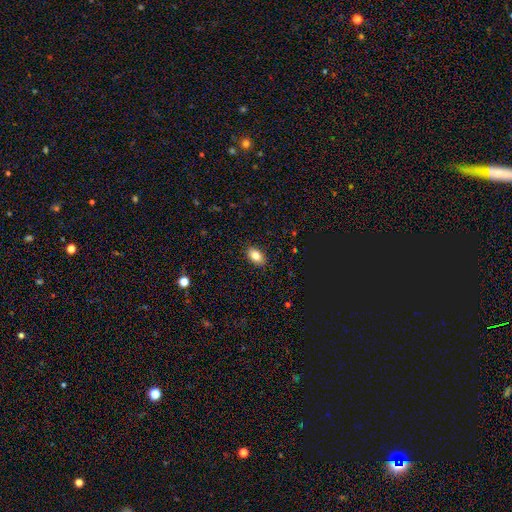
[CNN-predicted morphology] Smooth or featured?
  - smooth: 82% *
  - featured or disk: 9%
  - star or artifact: 8%
How rounded?
  - in between: 91% *
  - round: 8%
  - cigar-shaped: 2%
Merging?
  - none: 89% *
  - minor disturbance: 8%
  - major disturbance: 2%
  - merger: 1%